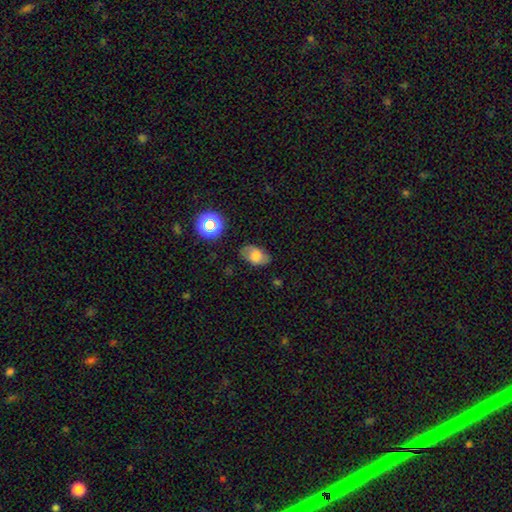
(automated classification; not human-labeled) A smooth galaxy with no disk features (65%) that is in between round and cigar-shaped (87%).

Vote fractions:
- Smooth or featured? smooth: 65% / featured or disk: 23% / star or artifact: 12%
- How rounded? in between: 87% / round: 12% / cigar-shaped: 1%
- Merging? none: 74% / minor disturbance: 19% / major disturbance: 5% / merger: 2%